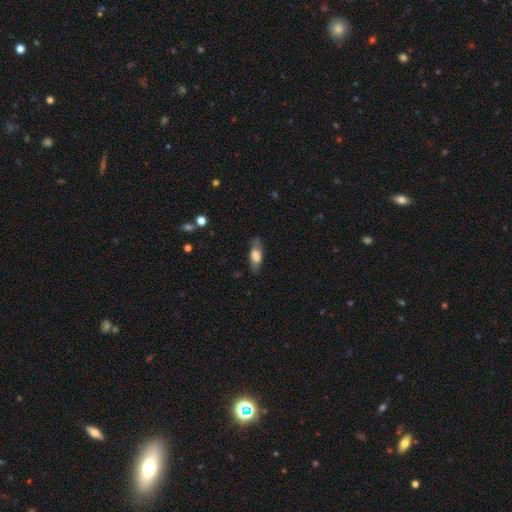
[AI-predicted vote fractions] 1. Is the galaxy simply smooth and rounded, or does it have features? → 62% smooth, 31% featured or disk, 7% star or artifact.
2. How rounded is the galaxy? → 73% in between, 23% cigar-shaped, 3% round.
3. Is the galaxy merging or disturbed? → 78% none, 16% minor disturbance, 5% major disturbance, 1% merger.